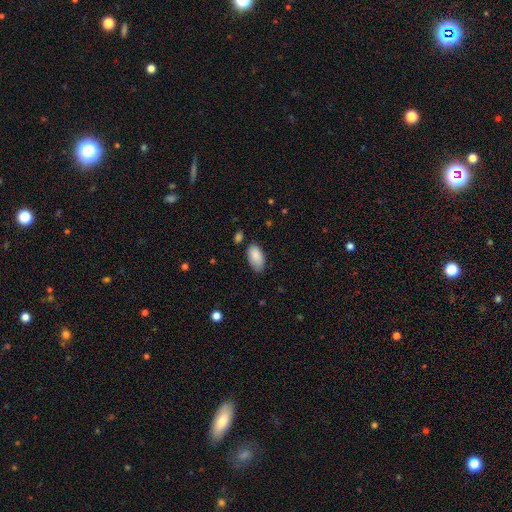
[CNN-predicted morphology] smooth_or_featured: smooth (p=0.88) [alt: star or artifact p=0.07]
how_rounded: in between (p=0.95) [alt: cigar-shaped p=0.03]
merging: none (p=0.70) [alt: minor disturbance p=0.23]